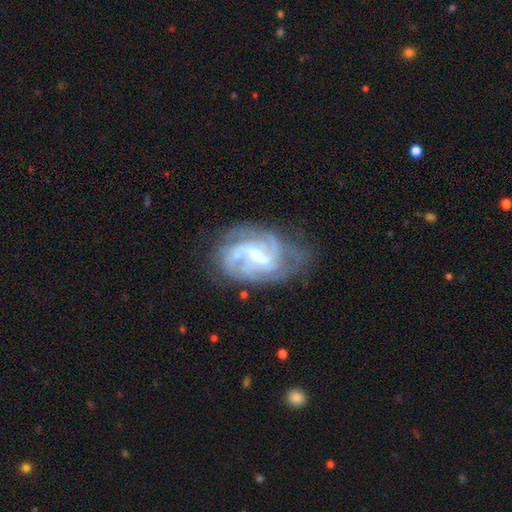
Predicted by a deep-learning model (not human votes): Smooth or featured? featured or disk (87%)
Edge-on disk? no (97%)
Bar? weak (54%)
Spiral arms? yes (94%)
Spiral winding? medium (47%)
Spiral arm count? 2 (35%)
Bulge size? small (50%)
Merging? none (56%)